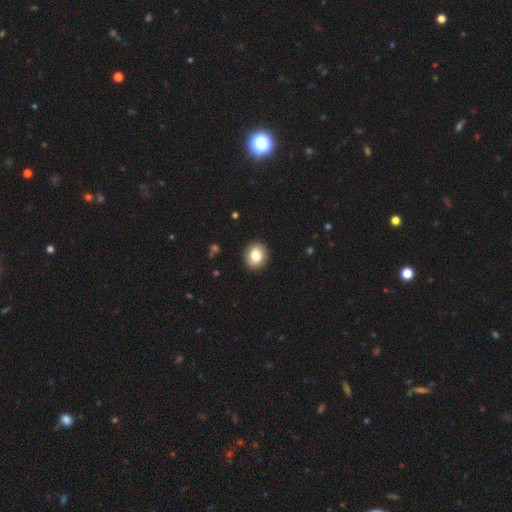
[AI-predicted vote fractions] Overall: smooth (83%). How rounded: round (71%). Merging: none (91%).